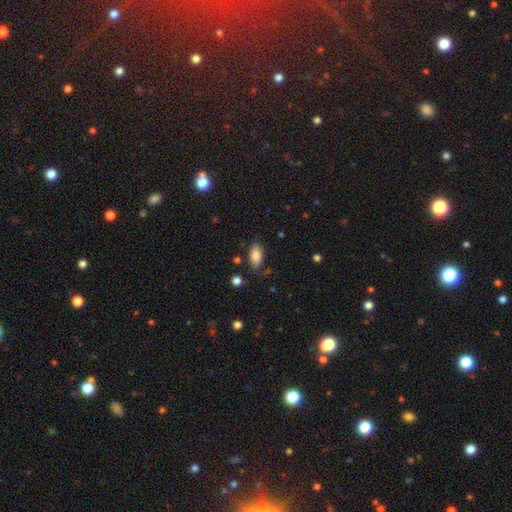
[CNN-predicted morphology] Smooth or featured? smooth (86%)
How rounded? in between (90%)
Merging? none (78%)